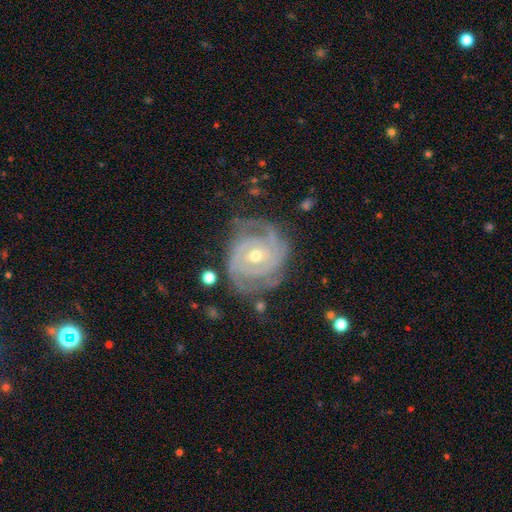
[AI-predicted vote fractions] smooth-or-featured: featured or disk: 90% | smooth: 5% | star or artifact: 5%
  disk-edge-on: no: 98% | yes: 2%
    bar: no: 65% | weak: 27% | strong: 8%
    has-spiral-arms: yes: 97% | no: 3%
      spiral-winding: tight: 76% | medium: 20% | loose: 4%
      spiral-arm-count: 2: 35% | 3: 26% | can't tell: 19% | 4: 9% | 1: 5% | more than 4: 5%
    bulge-size: moderate: 53% | small: 44% | large: 1% | none: 1% | dominant: 1%
  merging: none: 72% | minor disturbance: 19% | major disturbance: 8% | merger: 2%